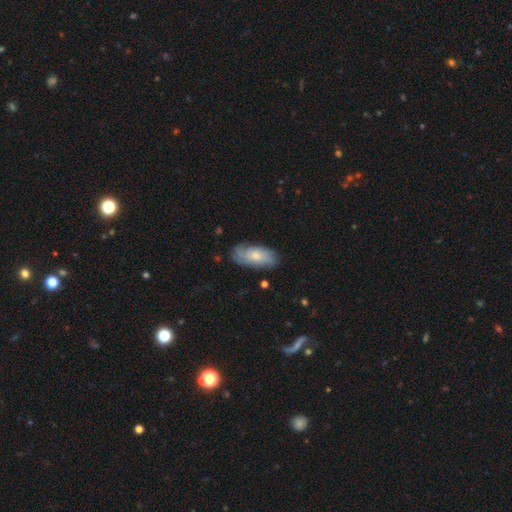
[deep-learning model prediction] Smooth or featured? smooth (57%)
How rounded? in between (89%)
Merging? none (71%)